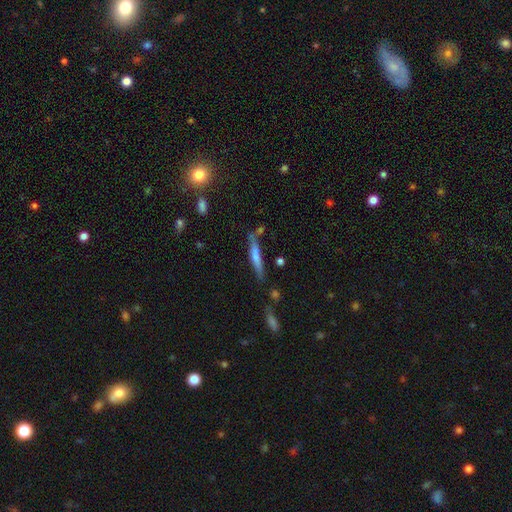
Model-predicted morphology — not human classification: A smooth galaxy with no disk features (57%) that is cigar-shaped (91%). Merging: none (69%).